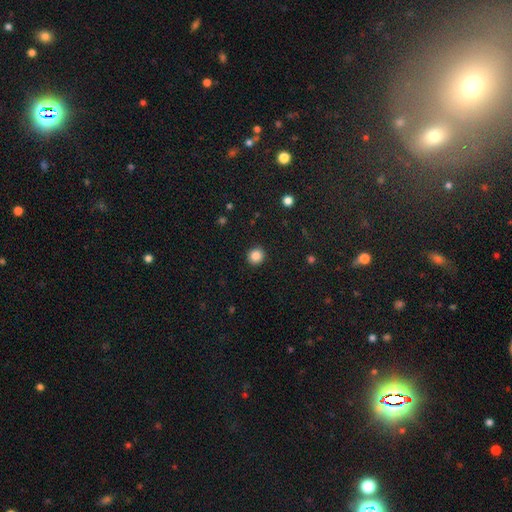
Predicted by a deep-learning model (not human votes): Q: Smooth or featured?
A: smooth (86%); runner-up: star or artifact (10%)
Q: How rounded?
A: round (91%); runner-up: in between (8%)
Q: Merging?
A: none (92%); runner-up: minor disturbance (5%)